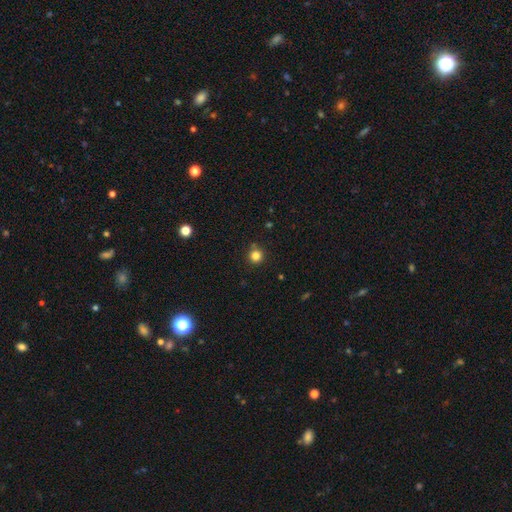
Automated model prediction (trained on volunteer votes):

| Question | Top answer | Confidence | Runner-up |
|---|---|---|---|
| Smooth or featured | smooth | 82% | star or artifact (13%) |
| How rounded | round | 94% | in between (5%) |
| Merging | none | 84% | minor disturbance (9%) |